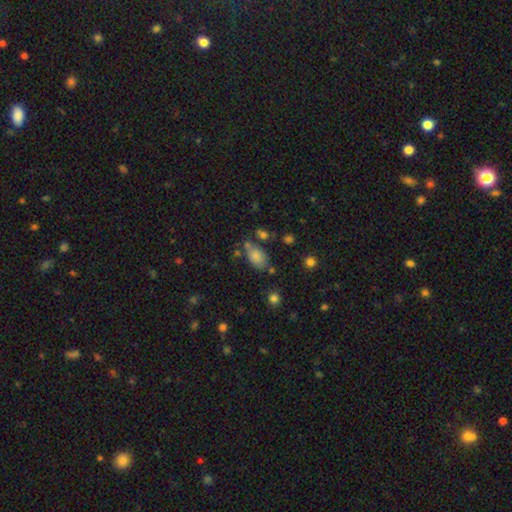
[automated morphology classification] This is clearly a smooth galaxy (81%). How rounded: clearly in between (88%). Merging: likely none (61%).